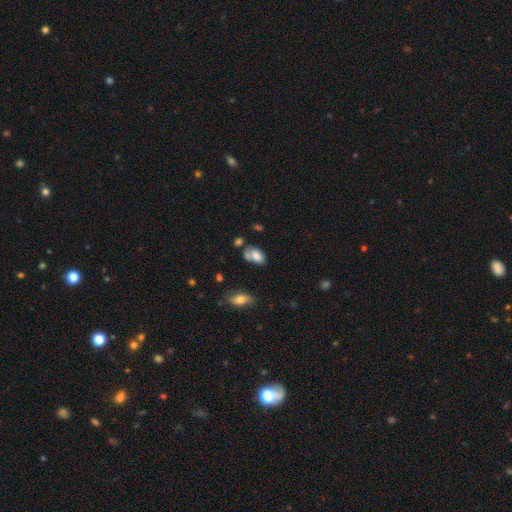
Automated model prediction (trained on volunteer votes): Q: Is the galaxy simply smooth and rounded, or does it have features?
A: smooth — 73%.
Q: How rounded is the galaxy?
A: in between — 89%.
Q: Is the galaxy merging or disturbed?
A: none — 38%.